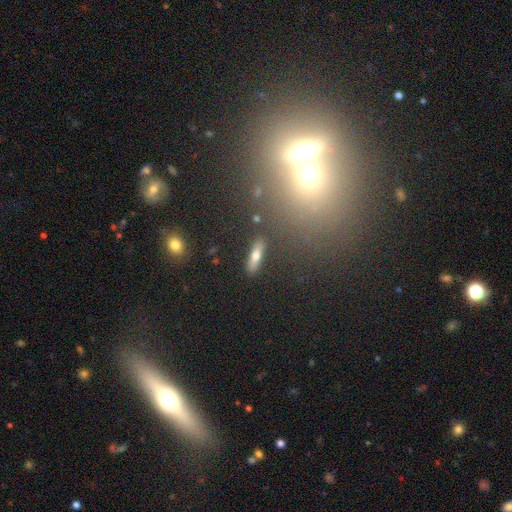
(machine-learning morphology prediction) type=smooth (66%); roundness=cigar-shaped (56%); merging=none (86%).